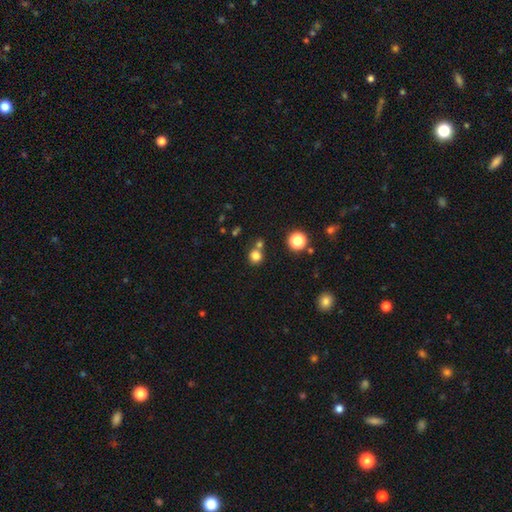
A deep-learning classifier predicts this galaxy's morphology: A smooth galaxy with no disk features (79%) that is round (89%).

Vote fractions:
- Smooth or featured? smooth: 79% / star or artifact: 15% / featured or disk: 6%
- How rounded? round: 89% / in between: 10% / cigar-shaped: 1%
- Merging? none: 63% / merger: 26% / minor disturbance: 8% / major disturbance: 3%